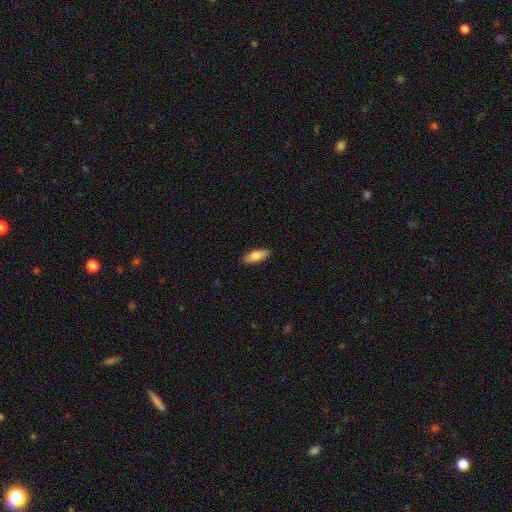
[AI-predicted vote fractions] Smooth or featured?
  - smooth: 77% *
  - featured or disk: 17%
  - star or artifact: 6%
How rounded?
  - in between: 73% *
  - cigar-shaped: 25%
  - round: 2%
Merging?
  - none: 89% *
  - minor disturbance: 8%
  - major disturbance: 2%
  - merger: 1%